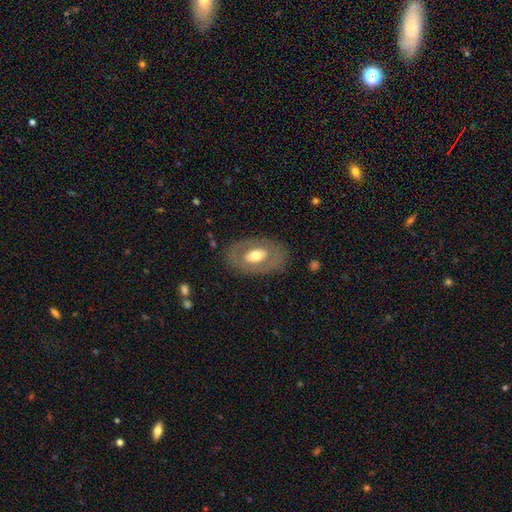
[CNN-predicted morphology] Overall: featured or disk (48%; smooth 46%). Merging: none (80%).